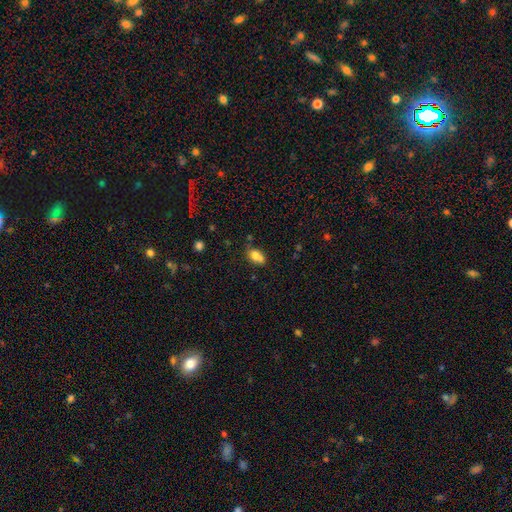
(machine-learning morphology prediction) Q: Smooth or featured?
A: smooth (77%); runner-up: featured or disk (13%)
Q: How rounded?
A: in between (82%); runner-up: round (14%)
Q: Merging?
A: none (50%); runner-up: minor disturbance (24%)